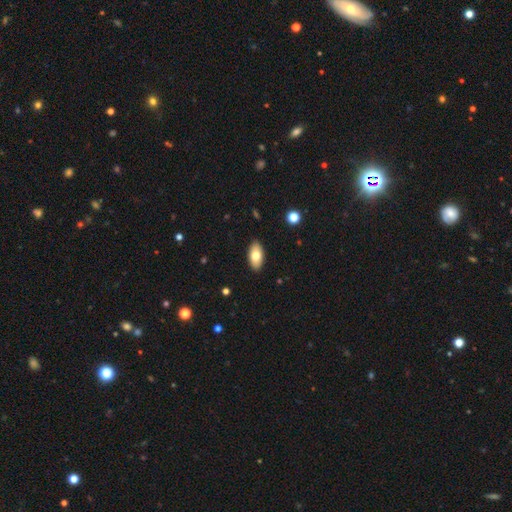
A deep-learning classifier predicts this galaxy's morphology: Smooth or featured? smooth (74%)
How rounded? in between (92%)
Merging? none (89%)